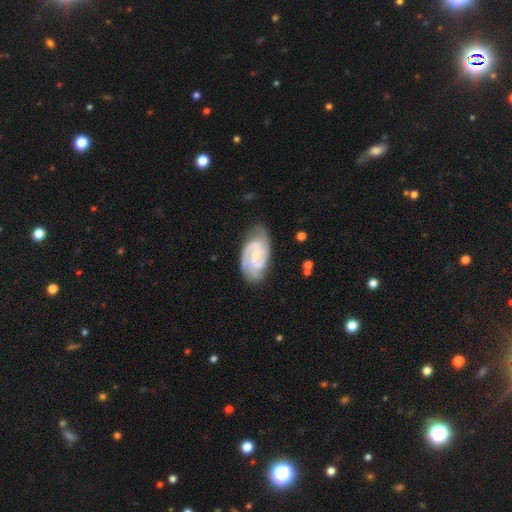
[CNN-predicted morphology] smooth_or_featured: featured or disk (p=0.89) [alt: smooth p=0.07]
disk_edge_on: no (p=0.97) [alt: yes p=0.03]
bar: weak (p=0.49) [alt: no p=0.39]
has_spiral_arms: yes (p=0.98) [alt: no p=0.02]
spiral_winding: tight (p=0.46) [tied with: medium p=0.46]
spiral_arm_count: 2 (p=0.75) [alt: 3 p=0.12]
bulge_size: small (p=0.62) [alt: moderate p=0.30]
merging: none (p=0.74) [alt: minor disturbance p=0.19]